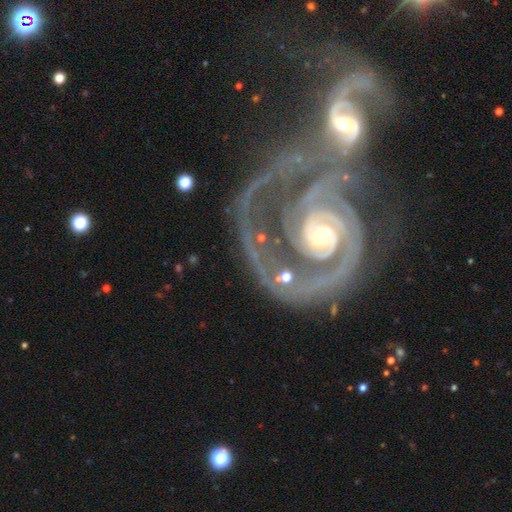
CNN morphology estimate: type=featured or disk (89%); edge-on=no (97%); bar=no (71%); spiral arms=yes (91%); winding=tight (55%); arm count=2 (48%); bulge=moderate (52%); merging=merger (65%).